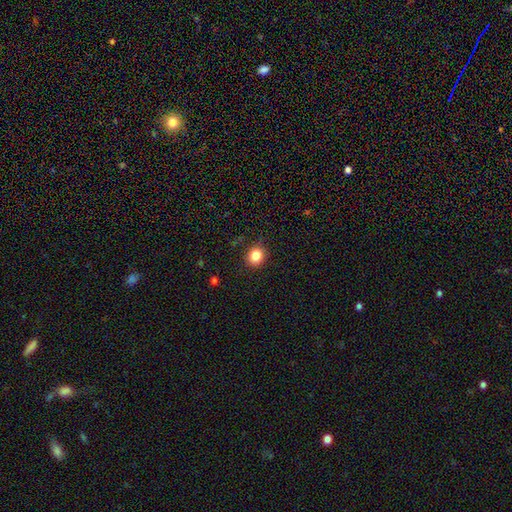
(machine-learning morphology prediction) Smooth or featured? smooth (85%)
How rounded? round (76%)
Merging? none (86%)